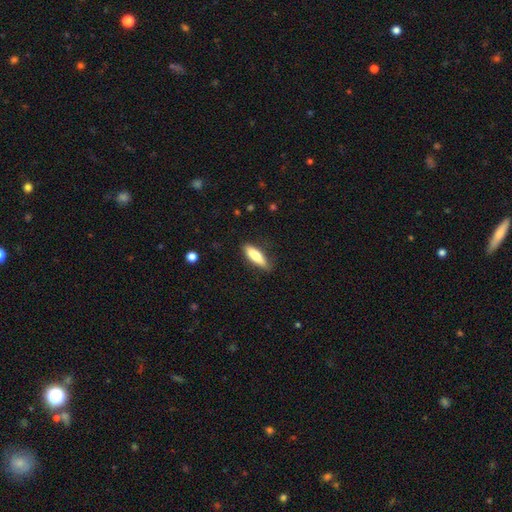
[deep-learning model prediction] smooth-or-featured: smooth: 72% | featured or disk: 22% | star or artifact: 6%
  how-rounded: cigar-shaped: 50% | in between: 48% | round: 2%
  merging: none: 81% | minor disturbance: 15% | major disturbance: 3% | merger: 1%